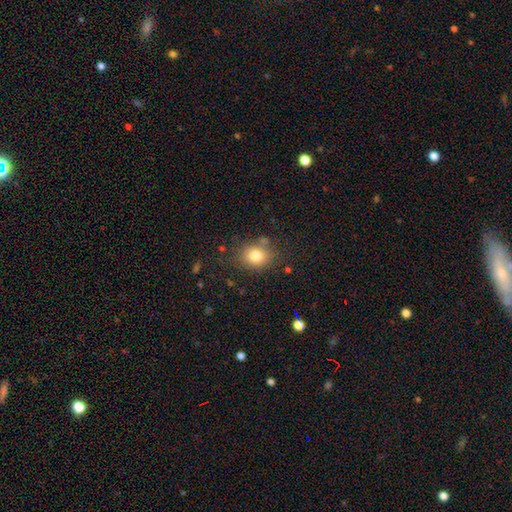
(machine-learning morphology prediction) smooth 80%, star or artifact 11%, featured or disk 9%. Down the decision tree: how rounded — round (56%); merging — none (77%).